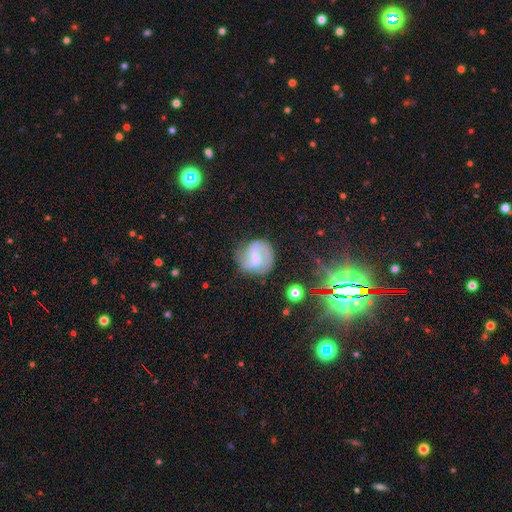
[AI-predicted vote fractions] This appears to be a featured or disk galaxy (67%) with a weak bar (57%), 2 (79%) medium (45%) spiral arms (88%) and a small central bulge (50%). Merging: none (68%).